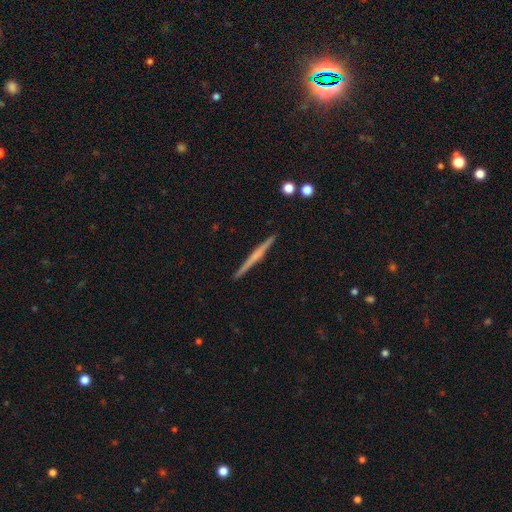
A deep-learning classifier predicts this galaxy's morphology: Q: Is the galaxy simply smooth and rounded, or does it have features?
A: featured or disk — 64%.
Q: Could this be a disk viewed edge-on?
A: yes — 98%.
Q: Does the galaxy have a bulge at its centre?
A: none — 52%.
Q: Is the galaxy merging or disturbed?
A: none — 93%.